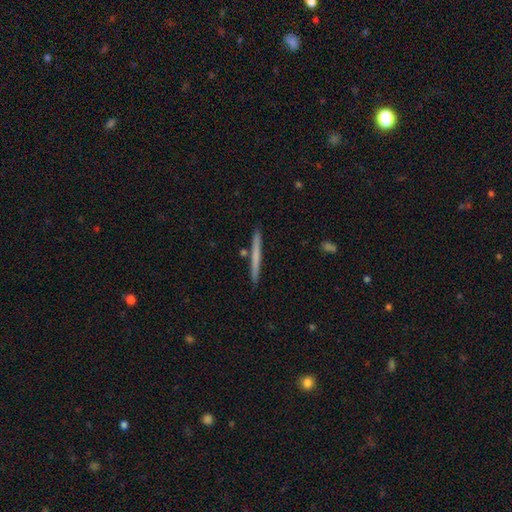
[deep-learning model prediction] The model was most divided on "smooth or featured": smooth: 57%, featured or disk: 38%, star or artifact: 5%. More confident: how rounded — cigar-shaped (97%); merging — none (90%).